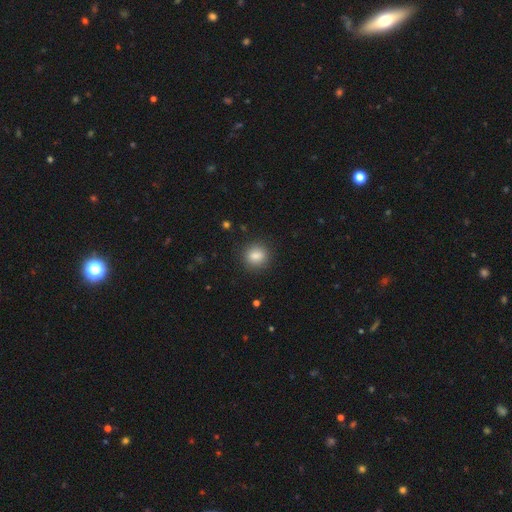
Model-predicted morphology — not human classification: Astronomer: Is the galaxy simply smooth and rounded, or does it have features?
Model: smooth — 85%.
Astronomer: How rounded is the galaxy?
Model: round — 81%.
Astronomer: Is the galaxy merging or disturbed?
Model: none — 88%.